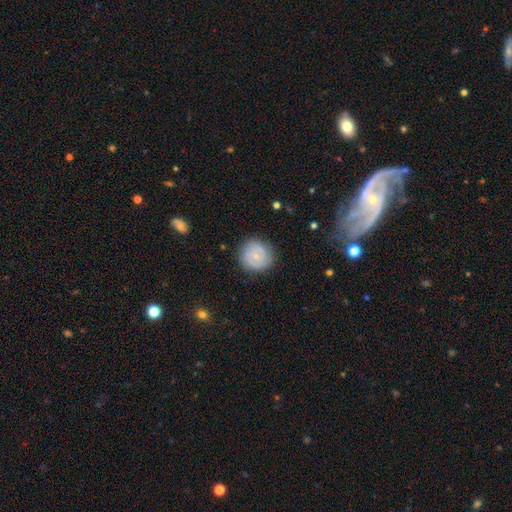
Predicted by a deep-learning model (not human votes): Smooth or featured? Predicted: smooth (p=0.60). How rounded? Predicted: round (p=0.91). Merging? Predicted: none (p=0.83).